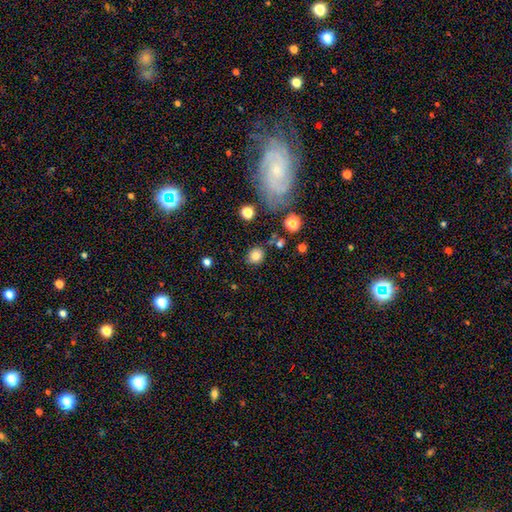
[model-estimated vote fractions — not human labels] This appears to be a smooth galaxy with no disk features (81%) that is round (73%). Merging: none (79%).